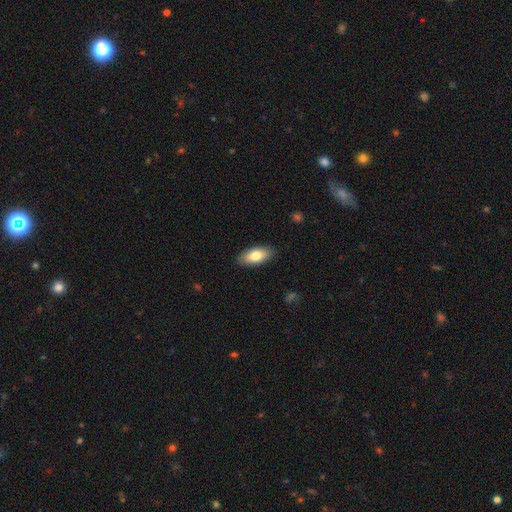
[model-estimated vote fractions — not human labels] Morphology: type=smooth (78%); roundness=in between (88%); merging=none (88%).